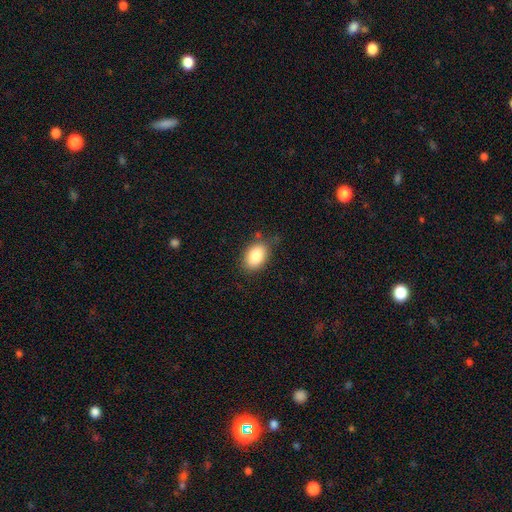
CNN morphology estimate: Smooth or featured: smooth — 85% (star or artifact — 8%)
How rounded: in between — 85% (round — 14%)
Merging: none — 77% (minor disturbance — 17%)